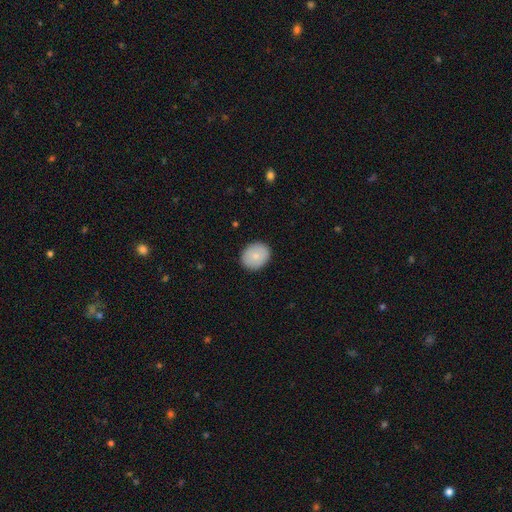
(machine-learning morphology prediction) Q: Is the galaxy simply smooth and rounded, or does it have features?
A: smooth — 81%.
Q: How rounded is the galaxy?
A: round — 56%.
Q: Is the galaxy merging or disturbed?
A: none — 89%.